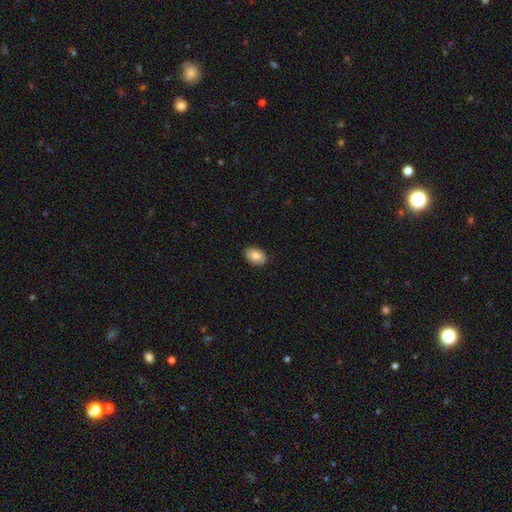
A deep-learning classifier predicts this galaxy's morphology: Smooth or featured? smooth (85%)
How rounded? in between (85%)
Merging? none (89%)